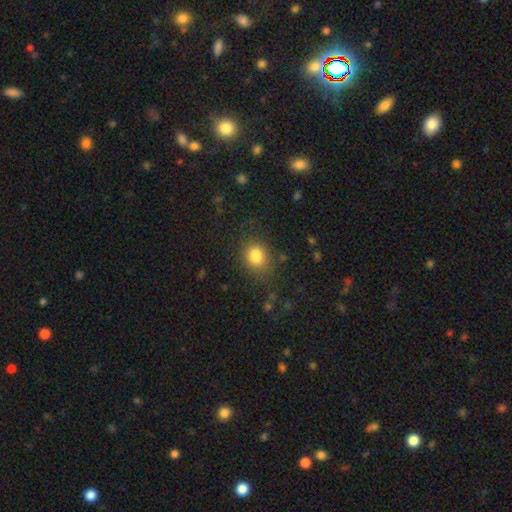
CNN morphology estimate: smooth_or_featured: smooth (p=0.83) [alt: star or artifact p=0.10]
how_rounded: round (p=0.51) [alt: in between p=0.48]
merging: none (p=0.76) [alt: minor disturbance p=0.15]